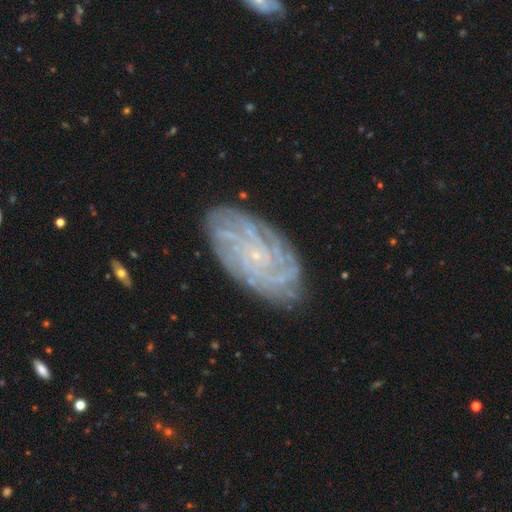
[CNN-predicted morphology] This is clearly a featured or disk galaxy (84%). It is clearly not viewed edge-on (96%). Bar: likely no (77%). Spiral arm pattern: clearly yes (97%). Spiral arm count: marginally more than 4 (28%). Spiral winding: likely tight (75%). Central bulge: clearly small (87%). Merging: clearly none (84%).